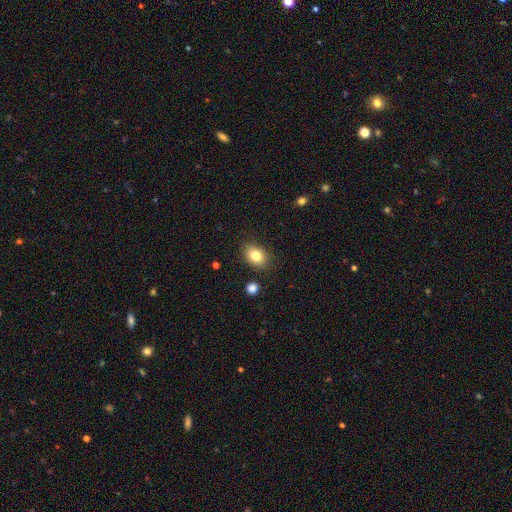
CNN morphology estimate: Overall: smooth (82%). How rounded: in between (71%). Merging: none (85%).